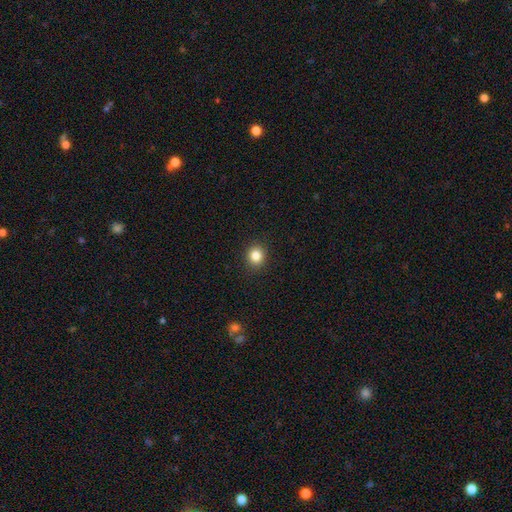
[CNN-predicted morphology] Smooth or featured: smooth — 84% (star or artifact — 11%)
How rounded: round — 82% (in between — 17%)
Merging: none — 91% (minor disturbance — 6%)